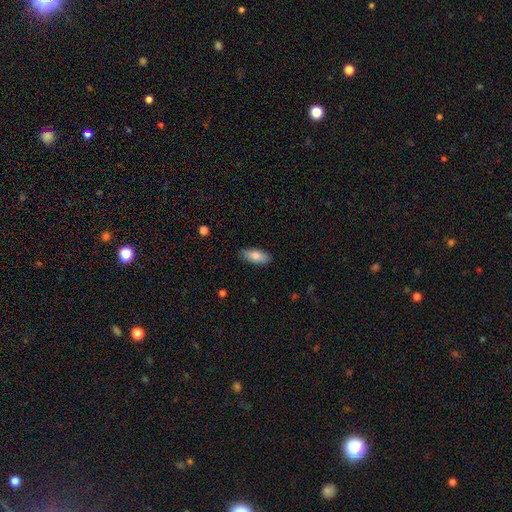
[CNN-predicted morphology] Smooth or featured? smooth (80%)
How rounded? in between (81%)
Merging? none (87%)